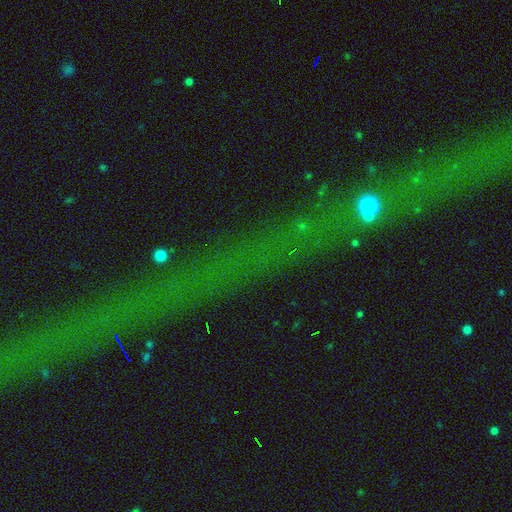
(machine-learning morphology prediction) This is likely a star or artifact rather than a galaxy (67%).